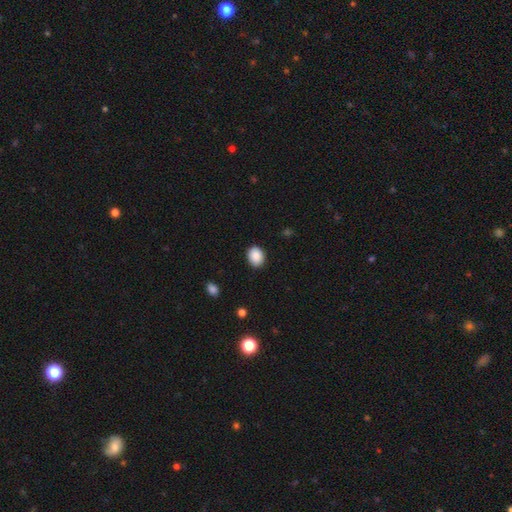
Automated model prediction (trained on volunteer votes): A smooth galaxy with no disk features (89%) that is in between round and cigar-shaped (53%).

Vote fractions:
- Smooth or featured? smooth: 89% / star or artifact: 8% / featured or disk: 3%
- How rounded? in between: 53% / round: 47% / cigar-shaped: 1%
- Merging? none: 89% / minor disturbance: 8% / major disturbance: 2% / merger: 1%